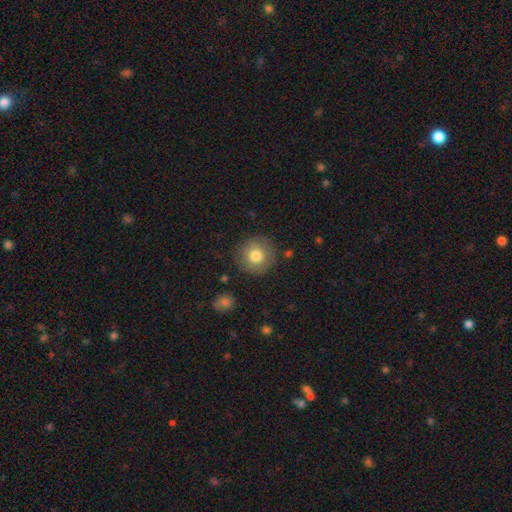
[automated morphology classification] A smooth galaxy with no disk features (78%) that is round (94%). Merging: none (86%).